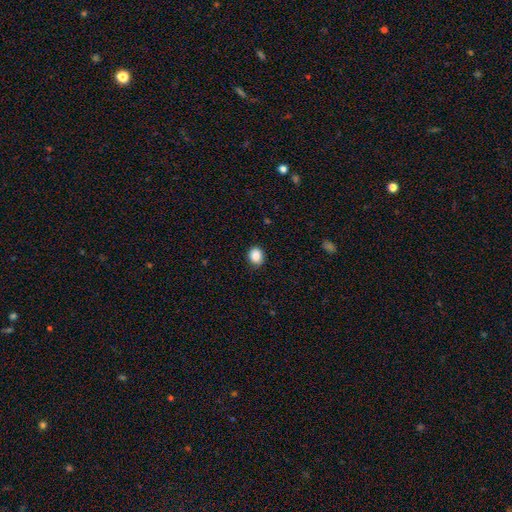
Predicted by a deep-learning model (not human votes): A smooth galaxy with no disk features (88%) that is round (60%). Merging: none (89%).